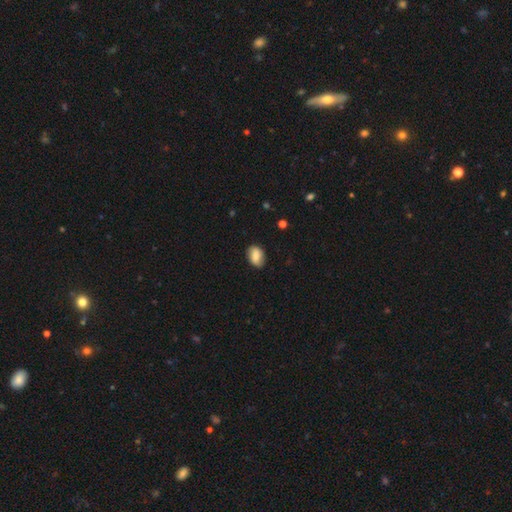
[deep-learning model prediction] Morphology: type=smooth (77%); roundness=in between (80%); merging=none (83%).